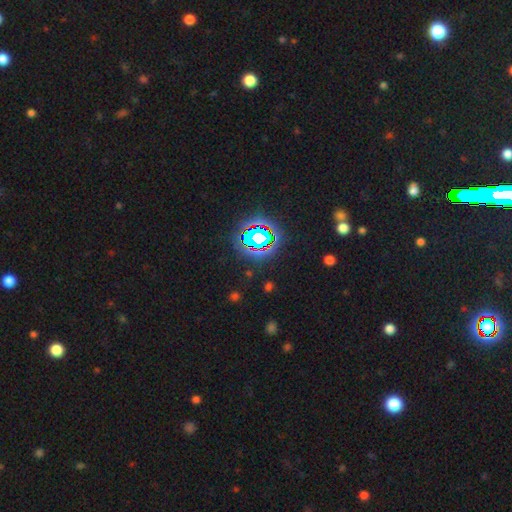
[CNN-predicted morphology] star or artifact 81%, smooth 12%, featured or disk 8%.